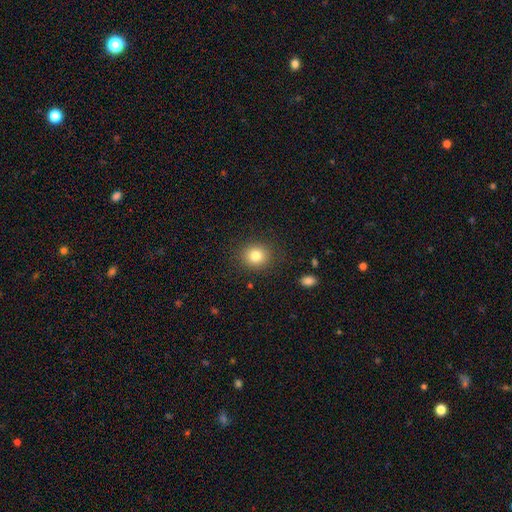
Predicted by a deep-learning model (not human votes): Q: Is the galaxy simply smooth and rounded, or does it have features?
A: smooth — 81%.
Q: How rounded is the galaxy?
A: round — 82%.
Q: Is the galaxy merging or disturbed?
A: none — 88%.